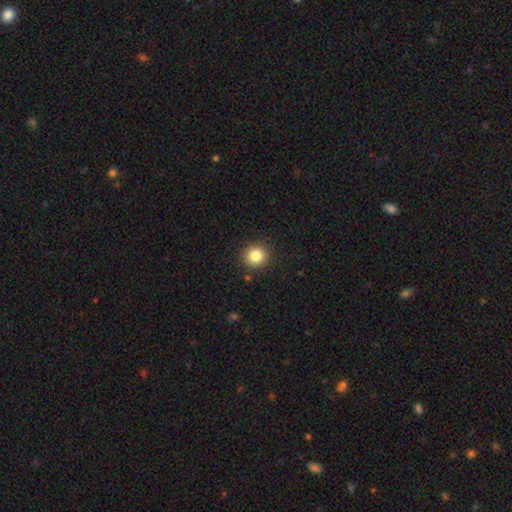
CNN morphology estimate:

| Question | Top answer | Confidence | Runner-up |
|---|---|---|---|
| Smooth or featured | smooth | 84% | star or artifact (10%) |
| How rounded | round | 88% | in between (11%) |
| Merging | none | 90% | minor disturbance (7%) |